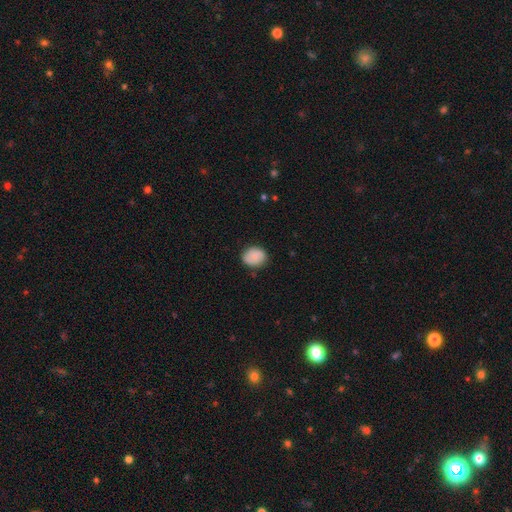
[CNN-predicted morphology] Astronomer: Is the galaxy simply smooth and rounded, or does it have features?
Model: smooth — 80%.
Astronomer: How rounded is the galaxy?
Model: round — 59% (runner-up: in between, 40%).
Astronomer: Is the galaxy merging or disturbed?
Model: none — 81%.